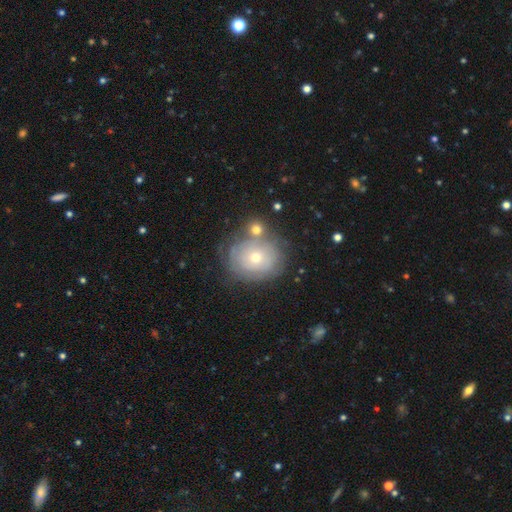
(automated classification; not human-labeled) This appears to be a featured or disk galaxy (56%) with no bar (86%), spiral arms (69%) and a small central bulge (50%). Merging: none (69%).